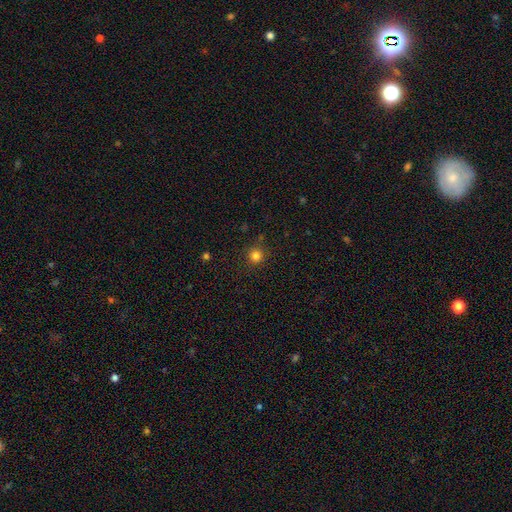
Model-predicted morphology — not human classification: type=smooth (81%); roundness=round (94%); merging=none (88%).